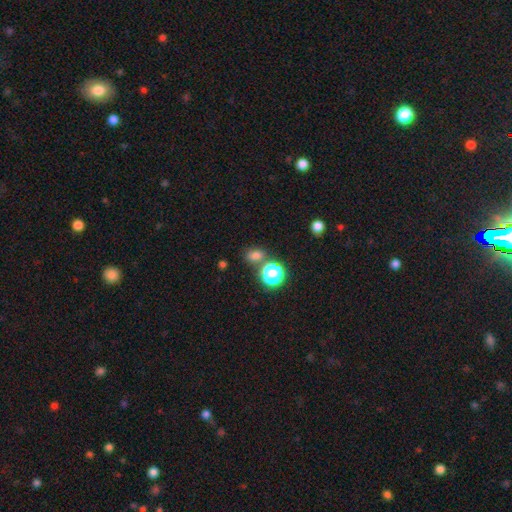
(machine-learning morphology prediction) Smooth or featured? Predicted: smooth (p=0.72). How rounded? Predicted: in between (p=0.54). Merging? Predicted: none (p=0.68).